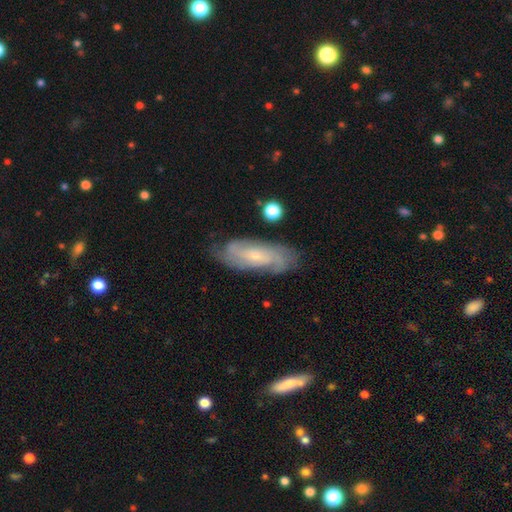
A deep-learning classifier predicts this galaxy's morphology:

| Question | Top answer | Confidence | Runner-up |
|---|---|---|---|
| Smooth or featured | featured or disk | 75% | smooth (18%) |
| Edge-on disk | no | 88% | yes (12%) |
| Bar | no | 63% | weak (29%) |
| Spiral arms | yes | 93% | no (7%) |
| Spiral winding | tight | 56% | medium (33%) |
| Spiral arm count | can't tell | 37% | 2 (34%) |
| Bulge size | small | 73% | moderate (21%) |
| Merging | none | 74% | minor disturbance (18%) |